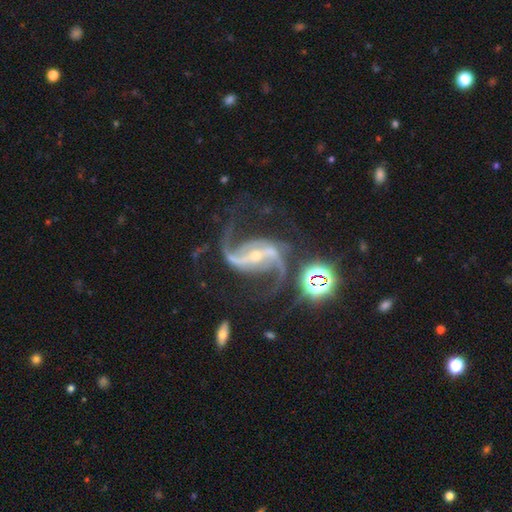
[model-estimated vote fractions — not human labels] Smooth or featured? Predicted: featured or disk (p=0.90). Edge-on disk? Predicted: no (p=0.97). Bar? Predicted: strong (p=0.61). Spiral arms? Predicted: yes (p=0.98). Spiral winding? Predicted: loose (p=0.57). Spiral arm count? Predicted: 2 (p=0.89). Bulge size? Predicted: small (p=0.68). Merging? Predicted: none (p=0.64).